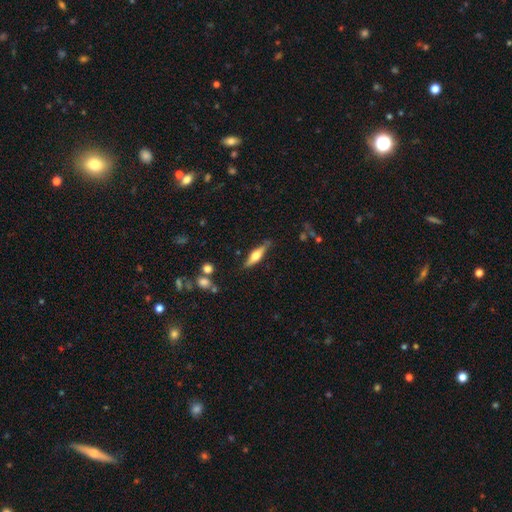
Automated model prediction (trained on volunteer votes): A featured or disk galaxy (54%) viewed edge-on (93%) with a rounded central bulge (90%). Merging: none (81%).